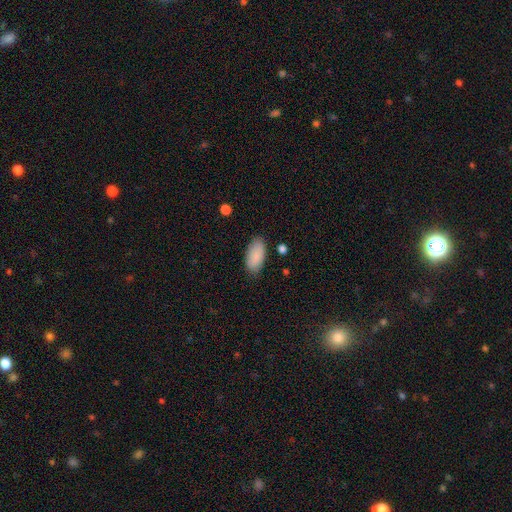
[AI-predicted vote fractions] This is clearly a smooth galaxy (88%). How rounded: clearly in between (93%). Merging: clearly none (83%).